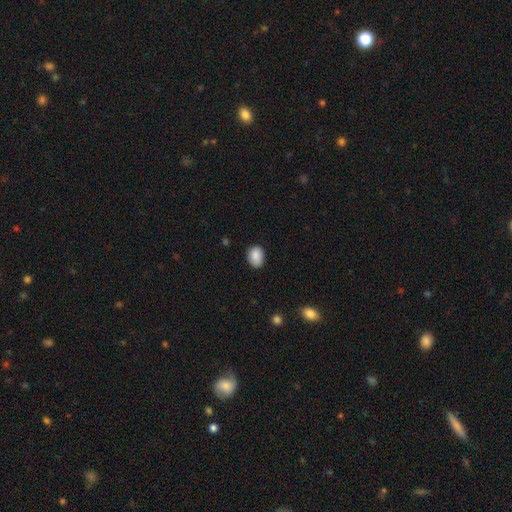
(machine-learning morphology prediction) Smooth or featured? smooth (88%)
How rounded? in between (63%)
Merging? none (78%)